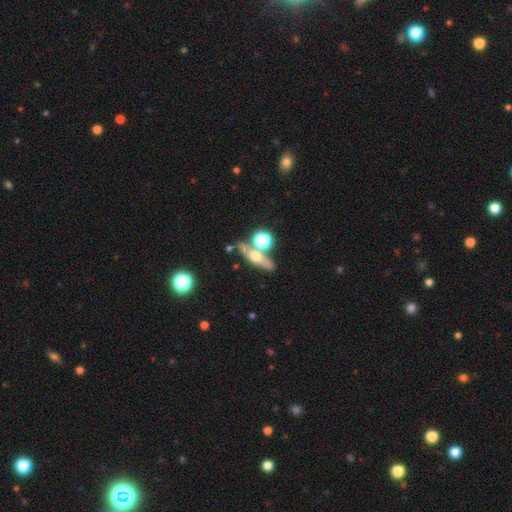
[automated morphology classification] This appears to be a featured or disk galaxy (50%). Merging: none (66%).